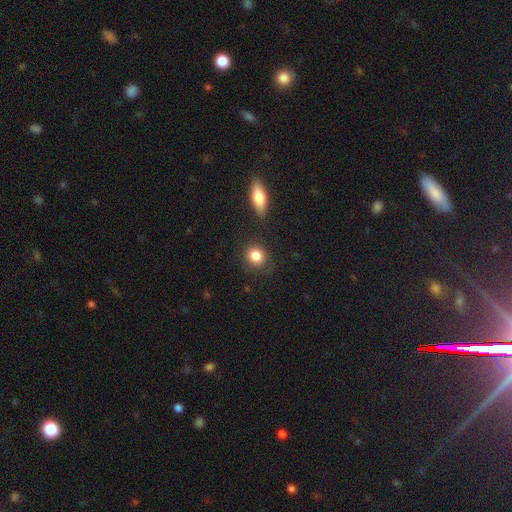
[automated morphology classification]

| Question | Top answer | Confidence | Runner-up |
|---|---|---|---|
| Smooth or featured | smooth | 86% | star or artifact (9%) |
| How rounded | round | 79% | in between (19%) |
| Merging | none | 83% | minor disturbance (10%) |